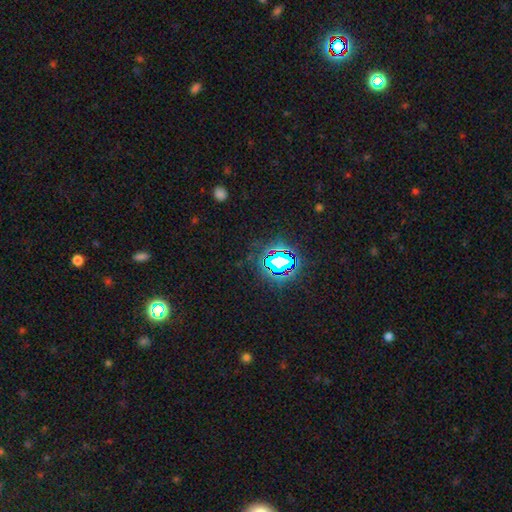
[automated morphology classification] A star or artifact, not a galaxy (77%).

Vote fractions:
- Smooth or featured? star or artifact: 77% / smooth: 16% / featured or disk: 7%